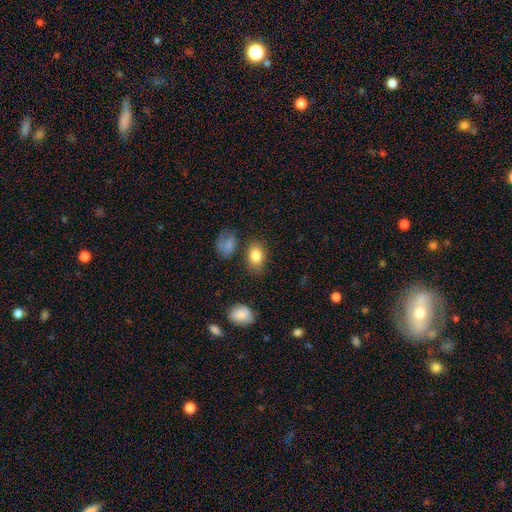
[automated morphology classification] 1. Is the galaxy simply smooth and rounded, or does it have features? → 84% smooth, 8% star or artifact, 8% featured or disk.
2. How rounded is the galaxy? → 84% in between, 15% round, 2% cigar-shaped.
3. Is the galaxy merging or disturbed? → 75% none, 16% minor disturbance, 5% merger, 5% major disturbance.